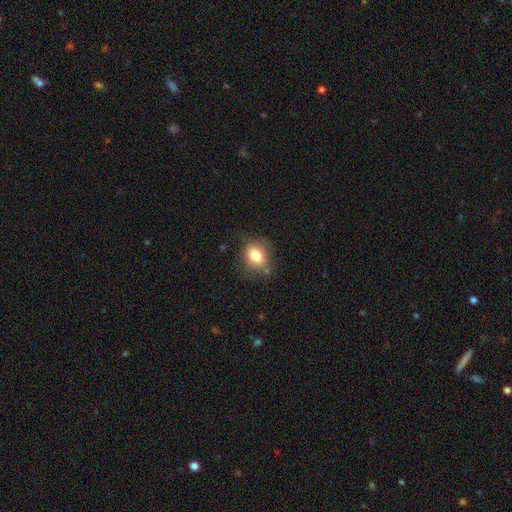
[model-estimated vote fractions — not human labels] smooth 80%, featured or disk 10%, star or artifact 9%. Down the decision tree: how rounded — in between (65%); merging — none (71%).